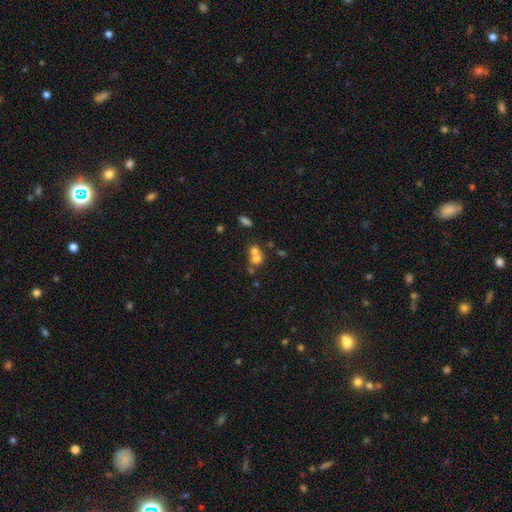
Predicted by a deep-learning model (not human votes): Smooth or featured? Predicted: smooth (p=0.65). How rounded? Predicted: round (p=0.75). Merging? Predicted: merger (p=0.60).